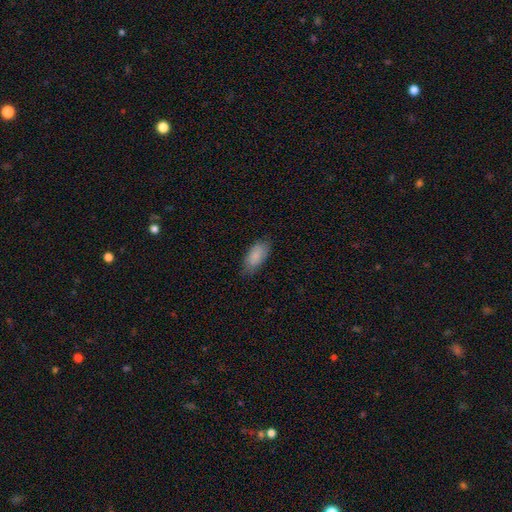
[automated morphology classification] Smooth or featured? Predicted: smooth (p=0.88). How rounded? Predicted: in between (p=0.90). Merging? Predicted: none (p=0.80).